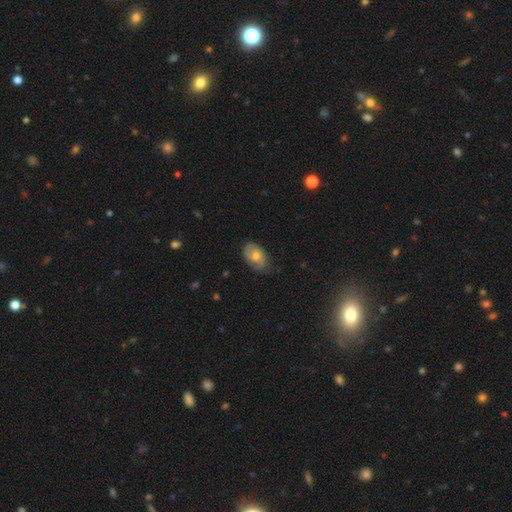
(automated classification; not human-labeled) Morphology: type=smooth (48%); merging=none (65%).